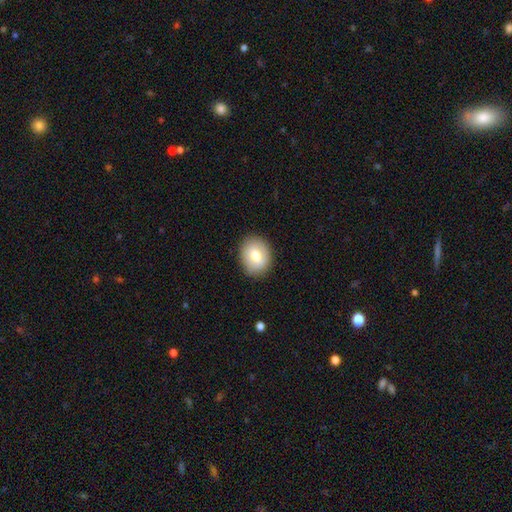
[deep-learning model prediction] This is likely a smooth galaxy (71%). How rounded: possibly round (53%). Merging: clearly none (87%).